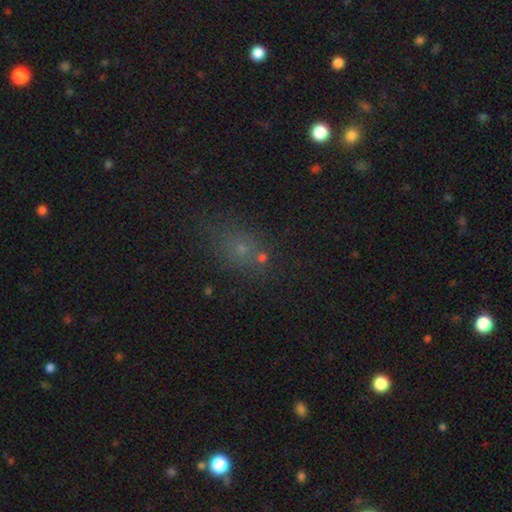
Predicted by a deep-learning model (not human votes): A smooth galaxy with no disk features (56%) that is round (49%).

Vote fractions:
- Smooth or featured? smooth: 56% / star or artifact: 31% / featured or disk: 13%
- How rounded? round: 49% / in between: 48% / cigar-shaped: 3%
- Merging? none: 64% / minor disturbance: 15% / merger: 13% / major disturbance: 8%